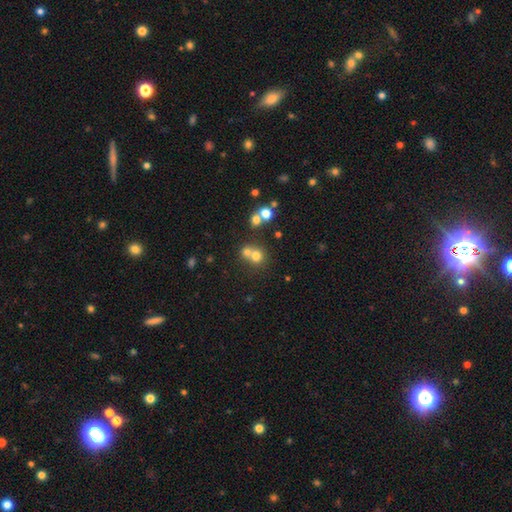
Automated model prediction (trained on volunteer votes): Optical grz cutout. It shows a smooth galaxy with no disk features (69%) that is round (85%). Merging: merger (46%).